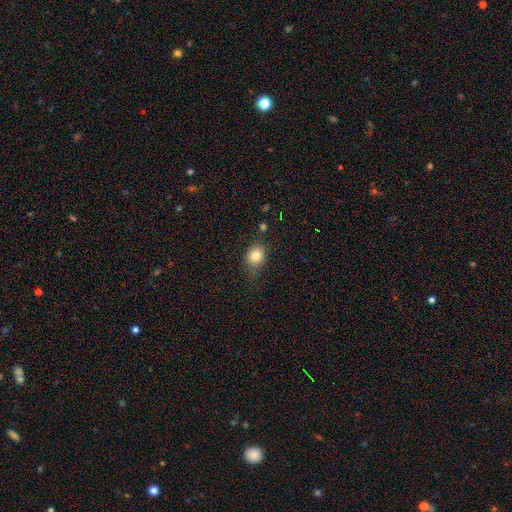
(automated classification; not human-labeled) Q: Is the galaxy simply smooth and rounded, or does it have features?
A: smooth — 81%.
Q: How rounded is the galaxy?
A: round — 60%.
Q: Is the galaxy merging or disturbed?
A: none — 62%.